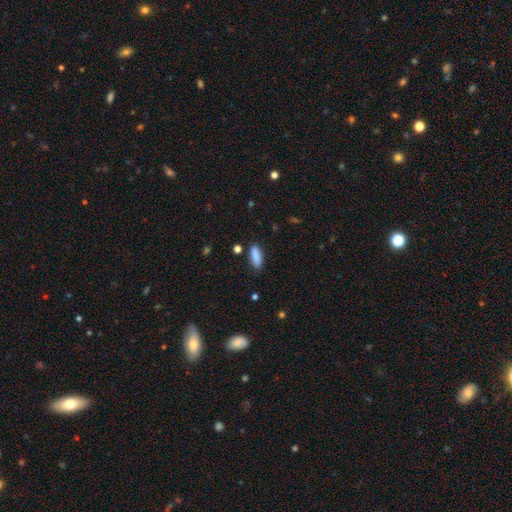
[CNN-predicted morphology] This appears to be a smooth galaxy with no disk features (88%) that is in between round and cigar-shaped (61%). Merging: none (82%).